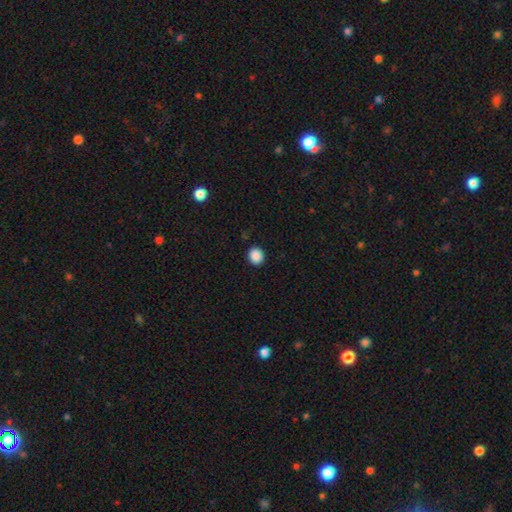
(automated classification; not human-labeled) Morphology: type=smooth (89%); roundness=round (72%); merging=none (91%).